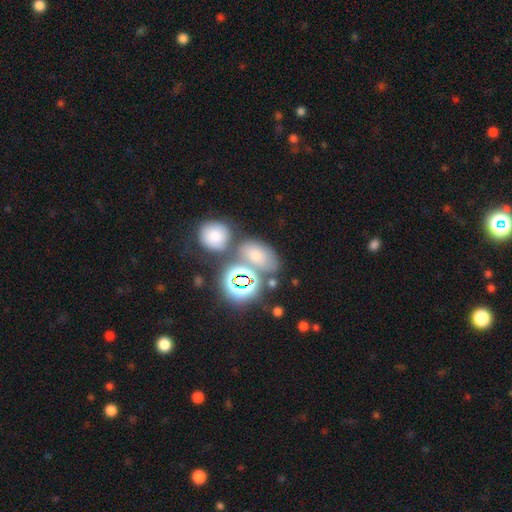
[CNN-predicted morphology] This is likely a smooth galaxy (61%). How rounded: likely in between (68%). Merging: possibly none (54%).